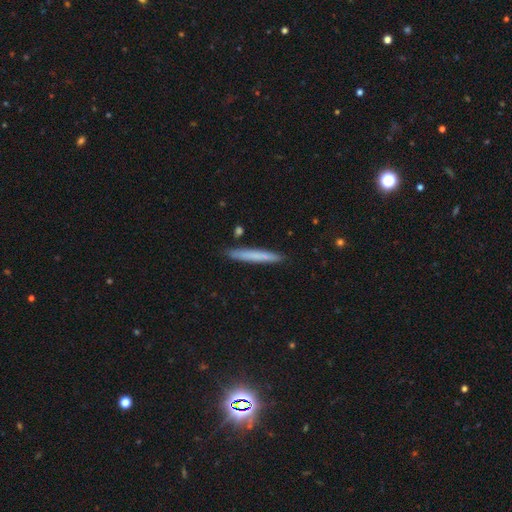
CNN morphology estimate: Smooth or featured?
  - smooth: 70% *
  - featured or disk: 23%
  - star or artifact: 6%
How rounded?
  - cigar-shaped: 97% *
  - in between: 2%
  - round: 1%
Merging?
  - none: 90% *
  - minor disturbance: 7%
  - merger: 2%
  - major disturbance: 1%